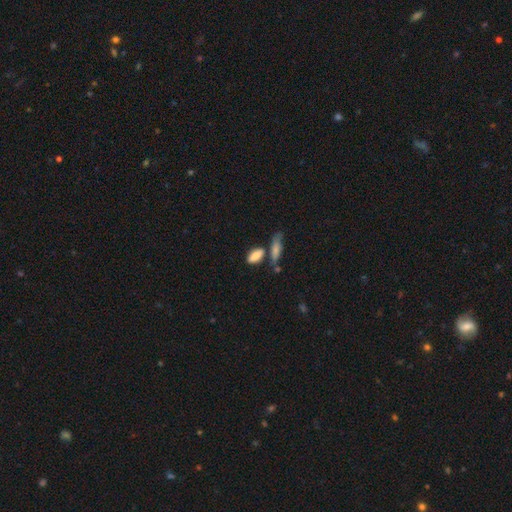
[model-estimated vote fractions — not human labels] This appears to be a smooth galaxy with no disk features (82%) that is in between round and cigar-shaped (77%). Merging: none (53%).